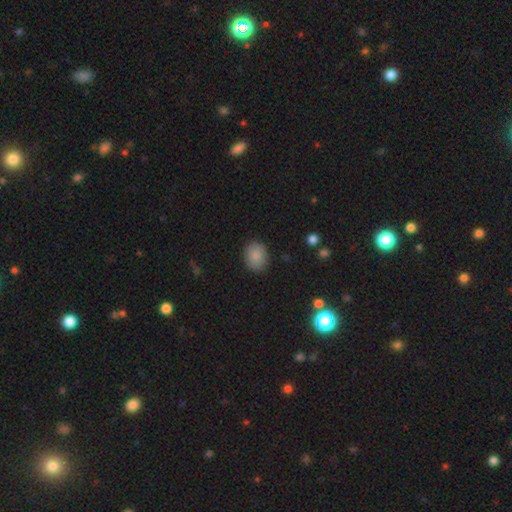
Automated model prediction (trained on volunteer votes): smooth_or_featured: smooth (p=0.87) [alt: star or artifact p=0.08]
how_rounded: in between (p=0.51) [alt: round p=0.48]
merging: none (p=0.87) [alt: minor disturbance p=0.10]